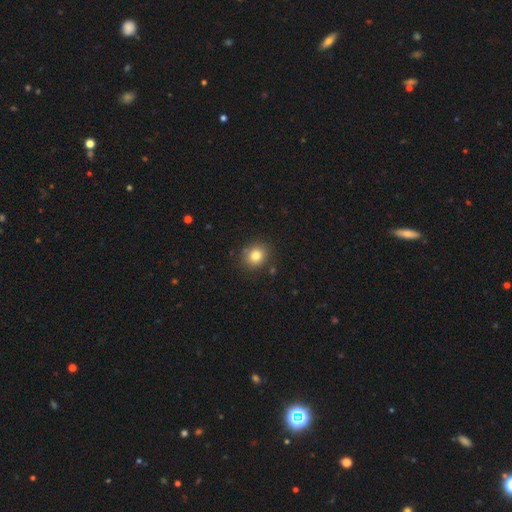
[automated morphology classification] Smooth or featured?
  - smooth: 81% *
  - star or artifact: 12%
  - featured or disk: 7%
How rounded?
  - round: 80% *
  - in between: 19%
  - cigar-shaped: 1%
Merging?
  - none: 86% *
  - minor disturbance: 9%
  - merger: 3%
  - major disturbance: 2%